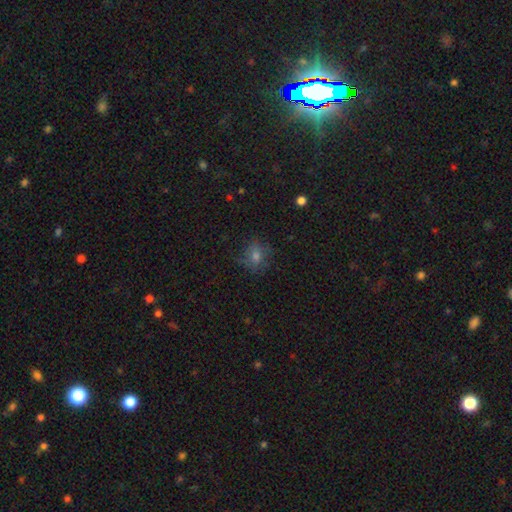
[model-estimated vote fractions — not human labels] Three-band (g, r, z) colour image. It shows a smooth galaxy with no disk features (61%) that is round (73%). Merging: none (73%).